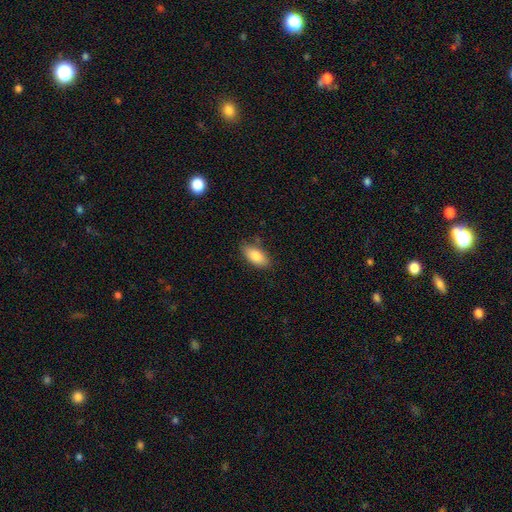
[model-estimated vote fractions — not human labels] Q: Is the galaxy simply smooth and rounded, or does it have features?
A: smooth — 83%.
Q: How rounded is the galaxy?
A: in between — 90%.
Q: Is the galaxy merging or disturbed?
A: none — 77%.